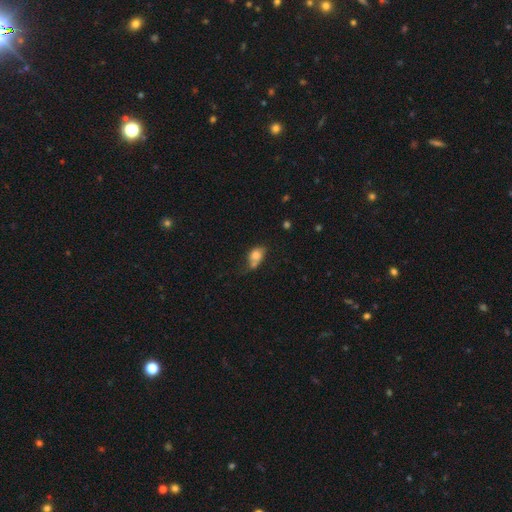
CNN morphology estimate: Overall: smooth (74%). How rounded: in between (76%). Merging: none (31%; minor disturbance 30%).